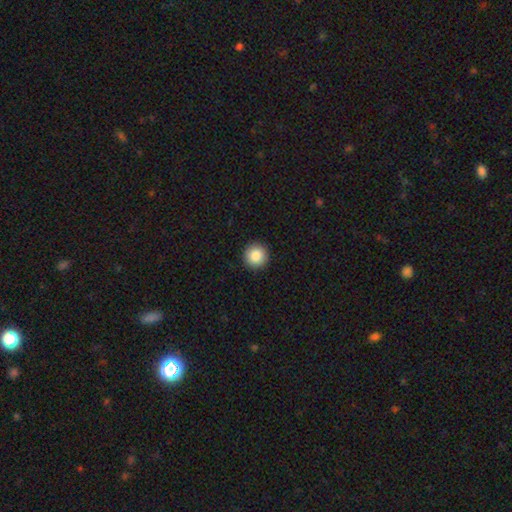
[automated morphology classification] smooth 86%, star or artifact 9%, featured or disk 5%. Down the decision tree: how rounded — round (95%); merging — none (93%).